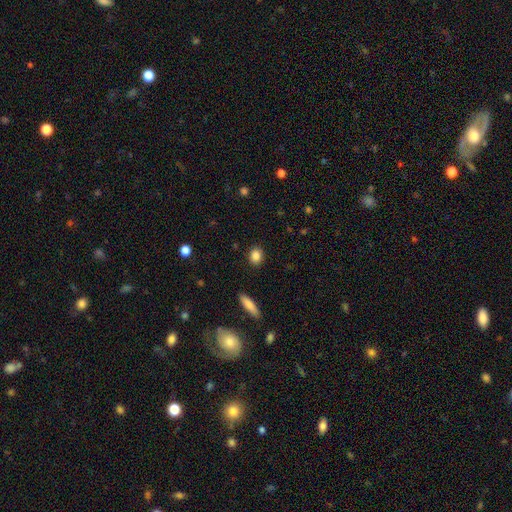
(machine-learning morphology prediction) The model was most divided on "how rounded": round: 54%, in between: 44%, cigar-shaped: 2%. More confident: merging — none (89%); smooth or featured — smooth (86%).